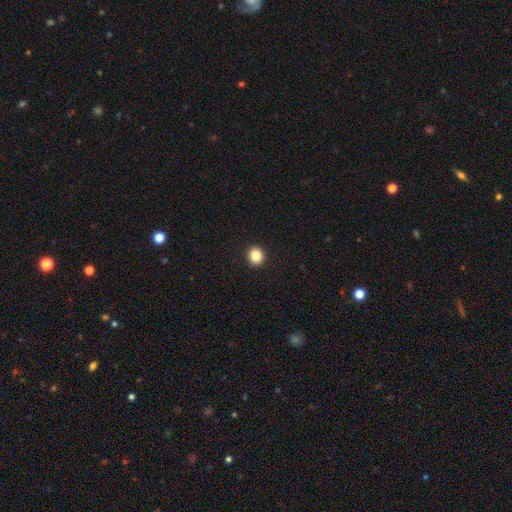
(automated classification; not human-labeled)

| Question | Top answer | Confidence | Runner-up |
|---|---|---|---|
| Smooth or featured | smooth | 85% | star or artifact (10%) |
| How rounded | round | 86% | in between (13%) |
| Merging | none | 93% | minor disturbance (4%) |